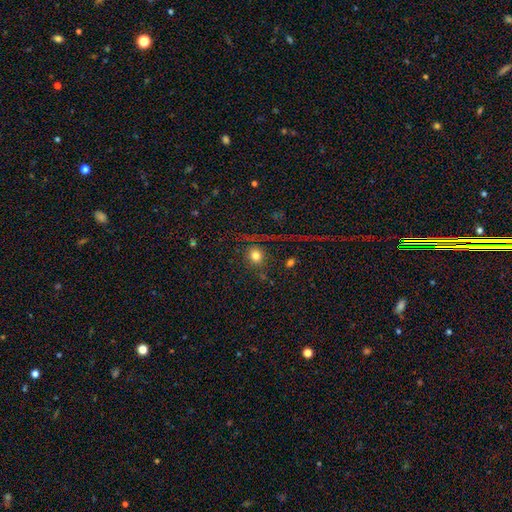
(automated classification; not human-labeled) smooth 74%, star or artifact 17%, featured or disk 8%. Down the decision tree: how rounded — round (88%); merging — none (80%).